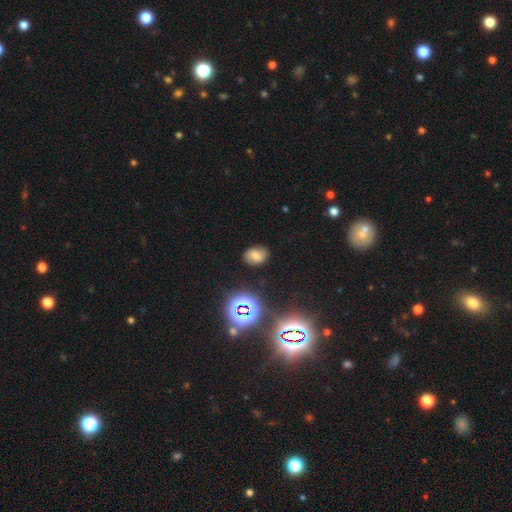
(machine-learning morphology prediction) Smooth or featured: smooth — 60% (featured or disk — 21%)
How rounded: in between — 66% (round — 33%)
Merging: none — 81% (minor disturbance — 13%)